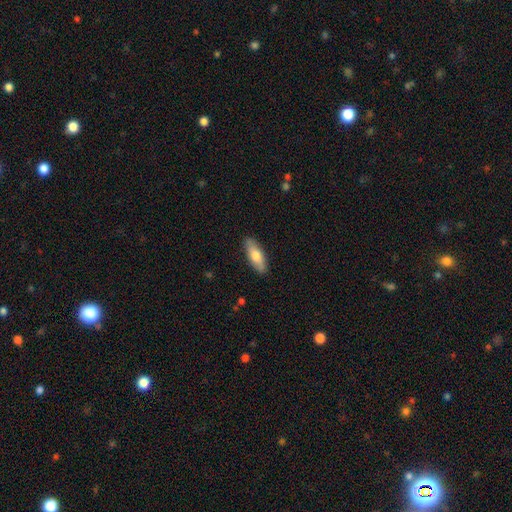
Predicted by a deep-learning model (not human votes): Smooth or featured? Predicted: smooth (p=0.70). How rounded? Predicted: in between (p=0.65). Merging? Predicted: none (p=0.88).